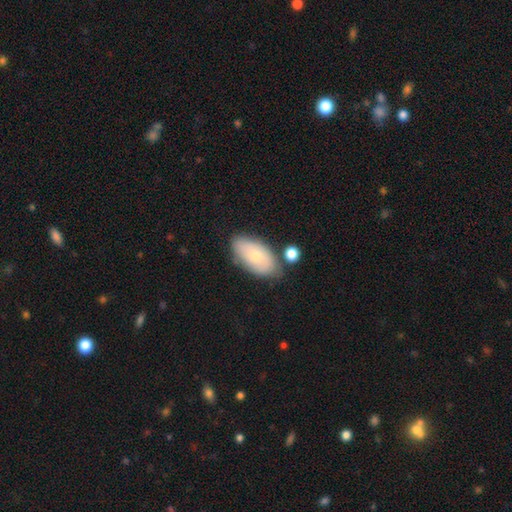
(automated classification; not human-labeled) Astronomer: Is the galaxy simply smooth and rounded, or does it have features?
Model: smooth — 68%.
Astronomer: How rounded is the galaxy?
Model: in between — 93%.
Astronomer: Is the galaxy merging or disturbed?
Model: none — 66%.